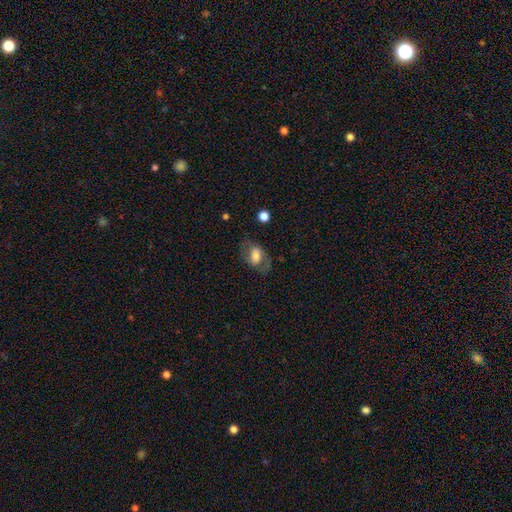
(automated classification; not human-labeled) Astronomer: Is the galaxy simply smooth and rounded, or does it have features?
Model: smooth — 54% (runner-up: featured or disk, 39%).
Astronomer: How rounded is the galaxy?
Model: in between — 81%.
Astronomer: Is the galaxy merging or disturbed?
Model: none — 64%.